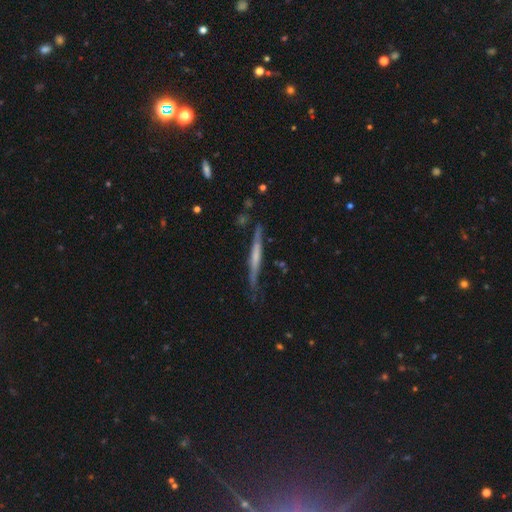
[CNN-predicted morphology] Smooth or featured: featured or disk — 60% (smooth — 34%)
Edge-on disk: yes — 94% (no — 6%)
Edge-on bulge: none — 60% (rounded — 23%)
Merging: none — 73% (minor disturbance — 20%)